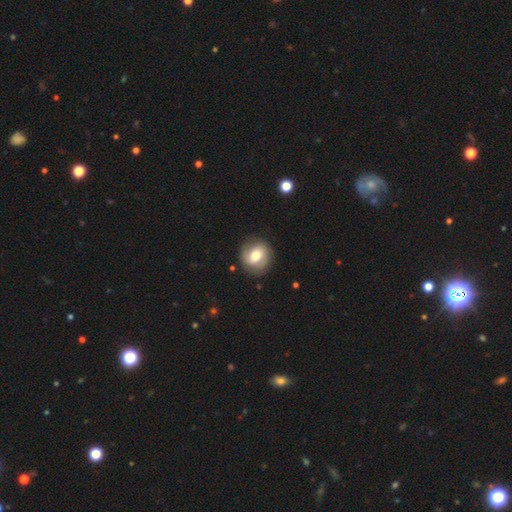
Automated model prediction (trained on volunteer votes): The model was most divided on "smooth or featured": smooth: 52%, featured or disk: 40%, star or artifact: 8%. More confident: merging — none (83%); how rounded — round (79%).